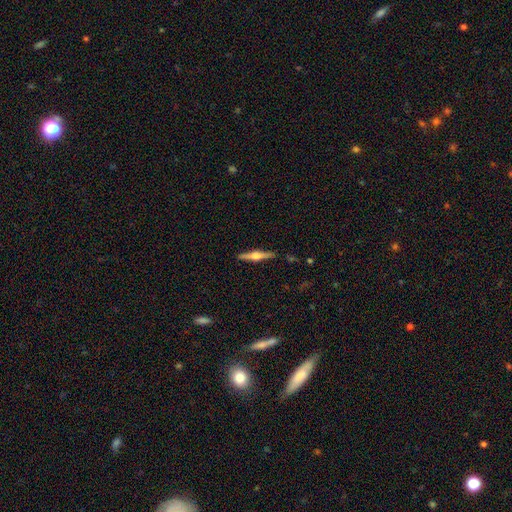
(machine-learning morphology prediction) A featured or disk galaxy (71%) viewed edge-on (98%) with a rounded central bulge (92%). Merging: none (90%).